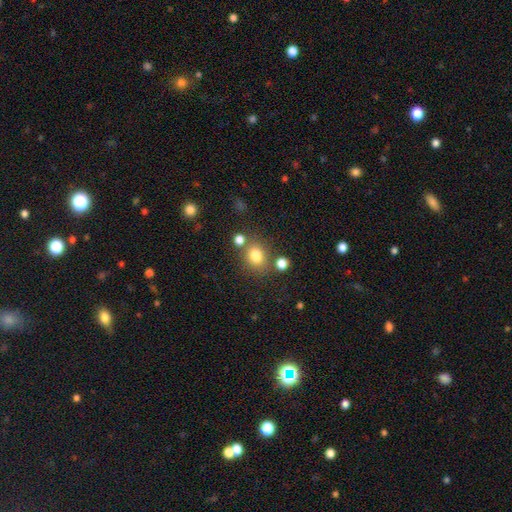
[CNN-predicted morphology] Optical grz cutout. It shows a smooth galaxy with no disk features (78%) that is round (67%). Merging: none (71%).